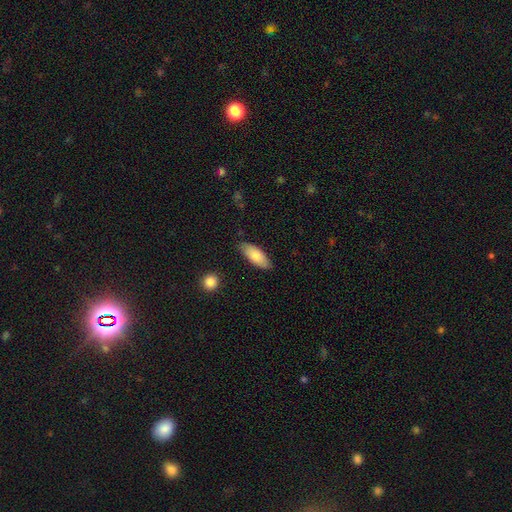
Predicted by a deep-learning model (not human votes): Smooth or featured? Predicted: smooth (p=0.82). How rounded? Predicted: in between (p=0.77). Merging? Predicted: none (p=0.83).